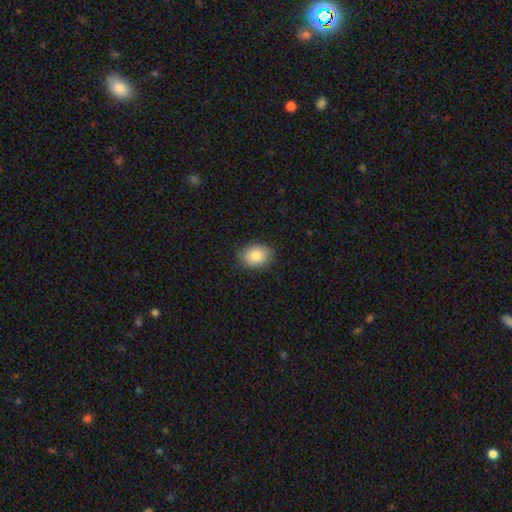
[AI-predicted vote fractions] Smooth or featured? Predicted: smooth (p=0.85). How rounded? Predicted: in between (p=0.55). Merging? Predicted: none (p=0.87).